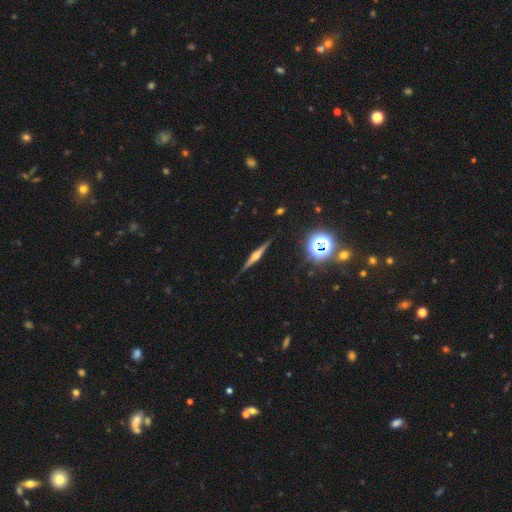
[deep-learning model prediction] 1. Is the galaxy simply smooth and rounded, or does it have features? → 77% featured or disk, 13% smooth, 10% star or artifact.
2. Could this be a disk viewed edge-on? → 98% yes, 2% no.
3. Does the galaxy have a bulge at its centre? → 87% rounded, 9% boxy, 4% none.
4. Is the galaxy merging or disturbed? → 89% none, 8% minor disturbance, 2% major disturbance, 1% merger.